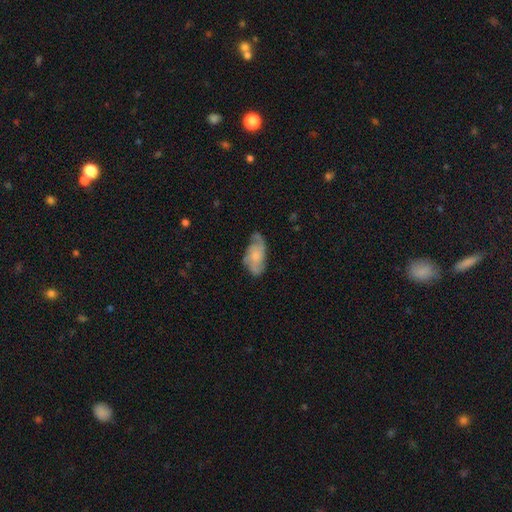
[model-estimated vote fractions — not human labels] smooth_or_featured: featured or disk (p=0.61) [alt: smooth p=0.33]
disk_edge_on: no (p=0.95) [alt: yes p=0.05]
bar: no (p=0.74) [alt: weak p=0.22]
has_spiral_arms: yes (p=0.88) [alt: no p=0.12]
spiral_winding: medium (p=0.44) [alt: tight p=0.30]
spiral_arm_count: 2 (p=0.47) [alt: can't tell p=0.22]
bulge_size: small (p=0.42) [alt: moderate p=0.34]
merging: none (p=0.58) [alt: minor disturbance p=0.28]